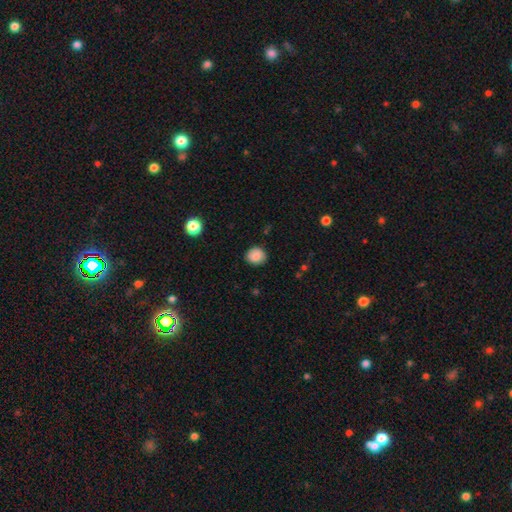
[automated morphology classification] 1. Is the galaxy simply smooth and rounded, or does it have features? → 85% smooth, 9% star or artifact, 5% featured or disk.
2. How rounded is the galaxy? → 77% round, 22% in between, 1% cigar-shaped.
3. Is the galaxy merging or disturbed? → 87% none, 10% minor disturbance, 2% major disturbance, 1% merger.